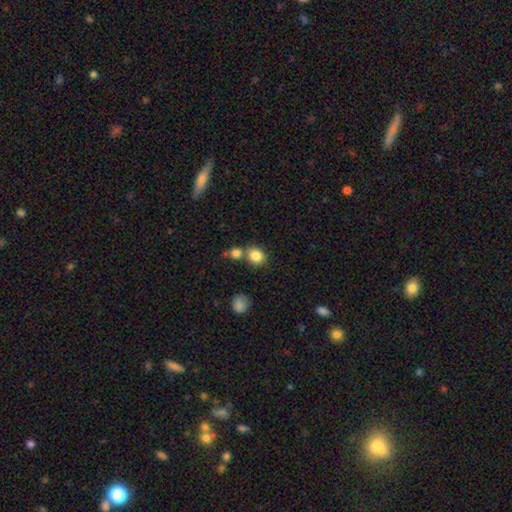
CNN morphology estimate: smooth-or-featured: smooth: 84% | star or artifact: 10% | featured or disk: 6%
  how-rounded: round: 63% | in between: 36% | cigar-shaped: 1%
  merging: none: 57% | merger: 29% | minor disturbance: 10% | major disturbance: 4%